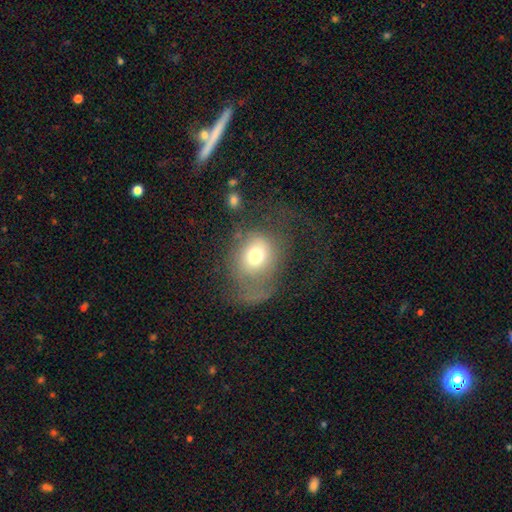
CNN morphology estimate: A smooth galaxy with no disk features (67%) that is round (59%). Merging: major disturbance (47%).